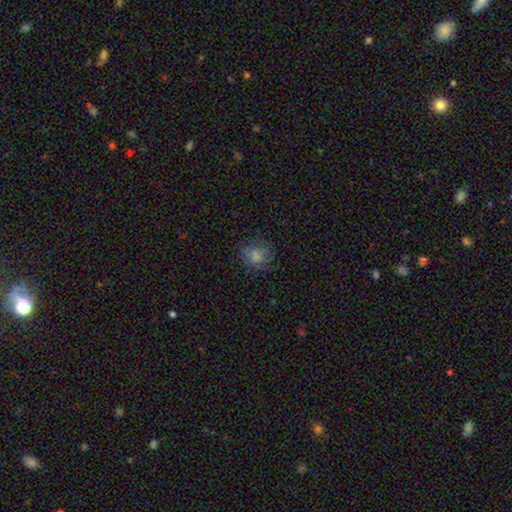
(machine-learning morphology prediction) Q: Smooth or featured?
A: smooth (74%); runner-up: featured or disk (13%)
Q: How rounded?
A: round (75%); runner-up: in between (24%)
Q: Merging?
A: none (70%); runner-up: minor disturbance (19%)